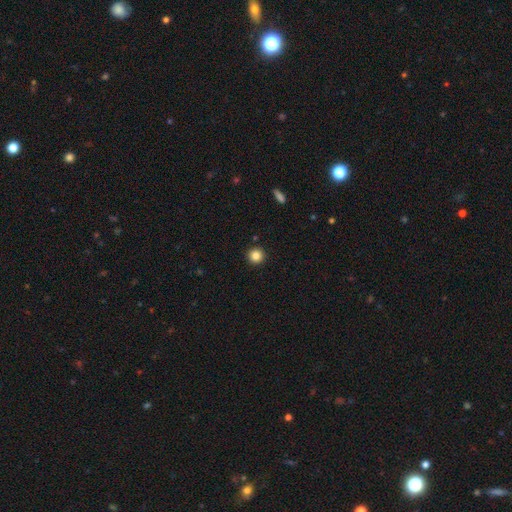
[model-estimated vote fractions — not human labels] Morphology: type=smooth (84%); roundness=round (96%); merging=none (93%).